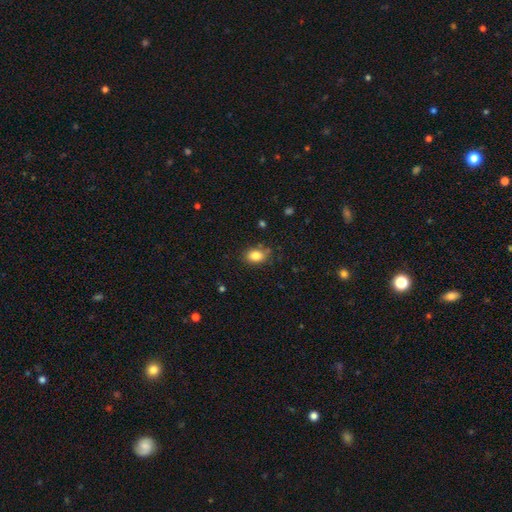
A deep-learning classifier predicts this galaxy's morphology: Smooth or featured?
  - smooth: 84% *
  - star or artifact: 9%
  - featured or disk: 7%
How rounded?
  - in between: 73% *
  - round: 26%
  - cigar-shaped: 1%
Merging?
  - none: 77% *
  - minor disturbance: 17%
  - major disturbance: 4%
  - merger: 3%